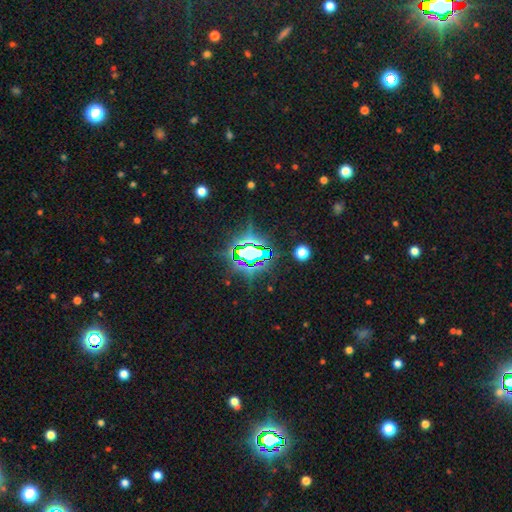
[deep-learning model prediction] smooth-or-featured: star or artifact: 75% | smooth: 14% | featured or disk: 11%